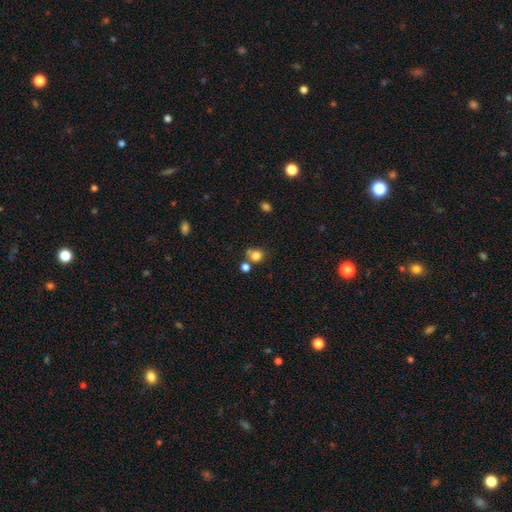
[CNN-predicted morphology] Smooth or featured?
  - smooth: 80% *
  - star or artifact: 13%
  - featured or disk: 7%
How rounded?
  - round: 79% *
  - in between: 20%
  - cigar-shaped: 1%
Merging?
  - none: 58% *
  - merger: 23%
  - minor disturbance: 14%
  - major disturbance: 5%